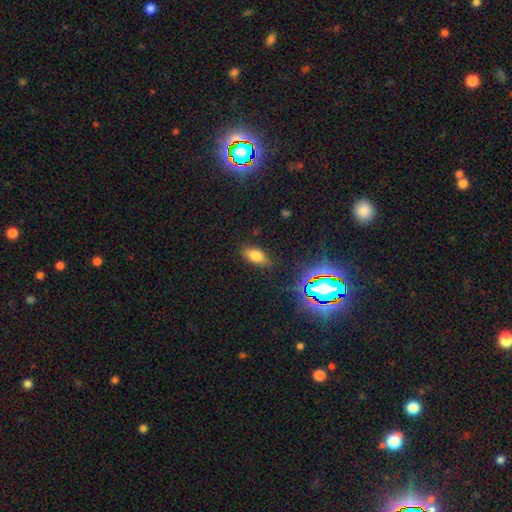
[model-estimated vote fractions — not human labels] The model was most divided on "smooth or featured": smooth: 72%, star or artifact: 17%, featured or disk: 11%. More confident: how rounded — in between (86%); merging — none (83%).